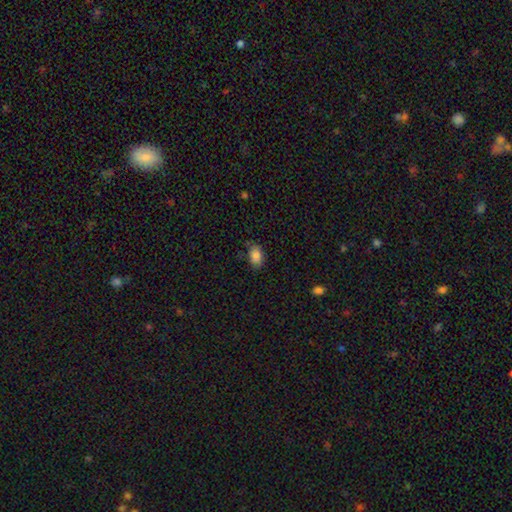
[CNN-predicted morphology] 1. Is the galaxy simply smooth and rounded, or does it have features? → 86% smooth, 8% star or artifact, 6% featured or disk.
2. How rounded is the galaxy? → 89% in between, 10% round, 2% cigar-shaped.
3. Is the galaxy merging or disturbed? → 76% none, 18% minor disturbance, 4% major disturbance, 2% merger.